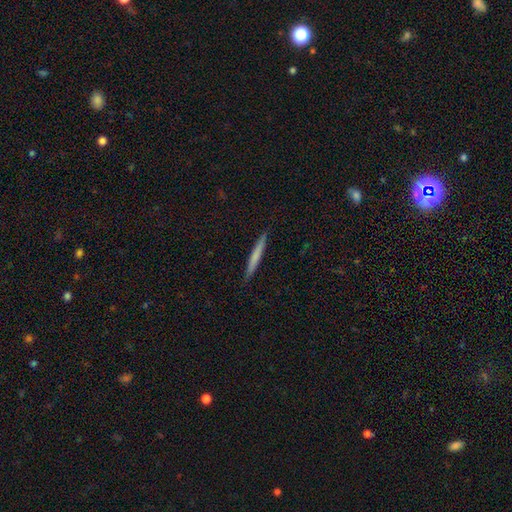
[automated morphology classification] smooth_or_featured: smooth (p=0.65) [alt: featured or disk p=0.30]
how_rounded: cigar-shaped (p=0.97) [alt: in between p=0.02]
merging: none (p=0.91) [alt: minor disturbance p=0.07]